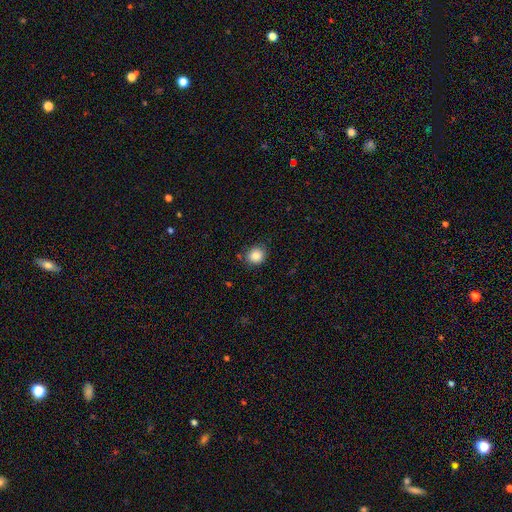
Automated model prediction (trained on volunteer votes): Morphology: type=smooth (85%); roundness=round (83%); merging=none (82%).